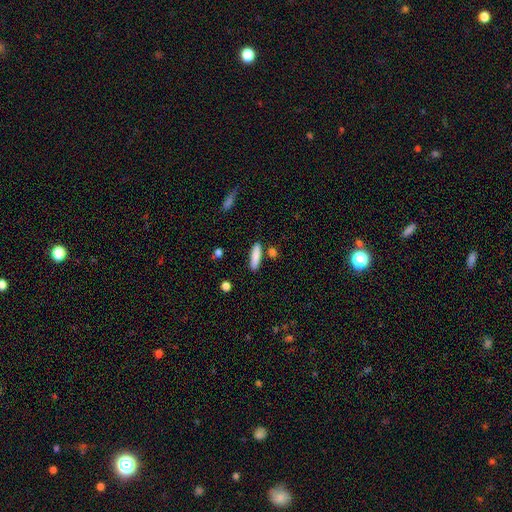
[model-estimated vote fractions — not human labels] Morphology: type=smooth (85%); roundness=cigar-shaped (66%); merging=none (82%).